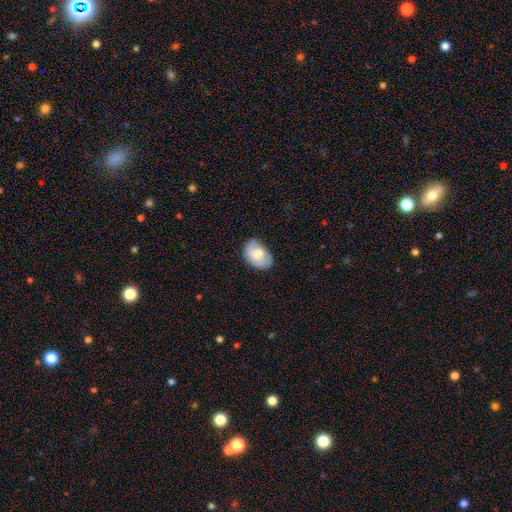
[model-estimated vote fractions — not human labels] smooth 70%, featured or disk 23%, star or artifact 7%. Down the decision tree: how rounded — in between (81%); merging — none (60%).